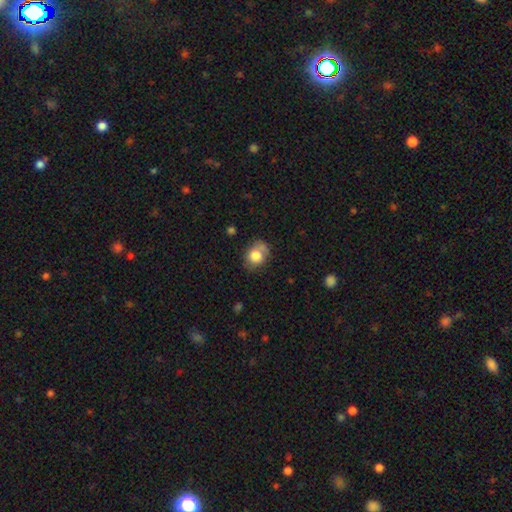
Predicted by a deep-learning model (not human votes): Morphology: type=smooth (78%); roundness=round (58%); merging=none (61%).